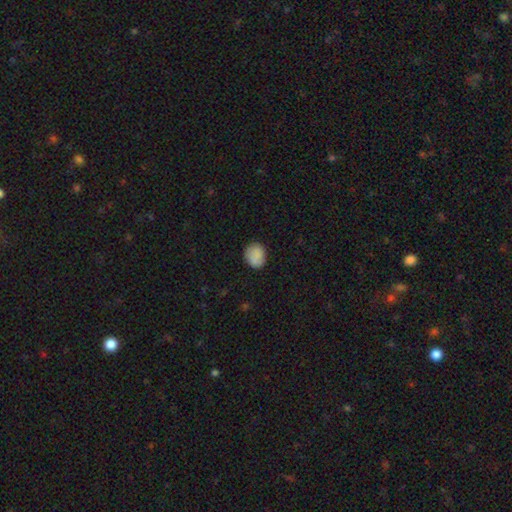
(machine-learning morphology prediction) Smooth or featured? smooth (86%)
How rounded? round (61%)
Merging? none (82%)